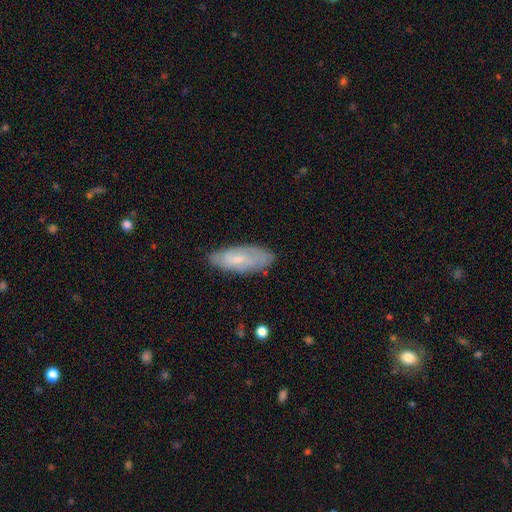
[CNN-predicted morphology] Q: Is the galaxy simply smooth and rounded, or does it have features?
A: smooth — 52%.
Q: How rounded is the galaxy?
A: in between — 68%.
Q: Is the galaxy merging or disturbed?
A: none — 80%.